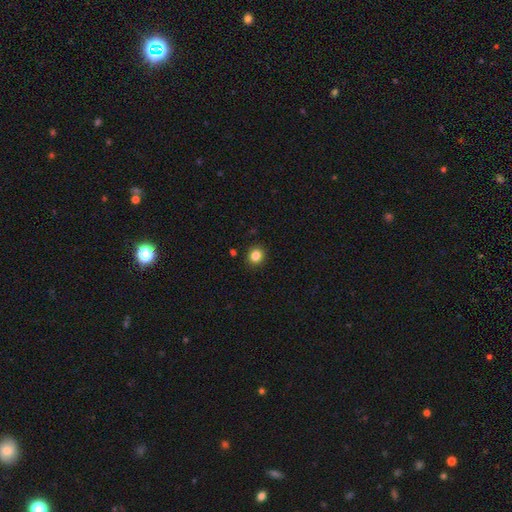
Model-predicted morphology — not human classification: Smooth or featured? Predicted: smooth (p=0.84). How rounded? Predicted: round (p=0.84). Merging? Predicted: none (p=0.91).